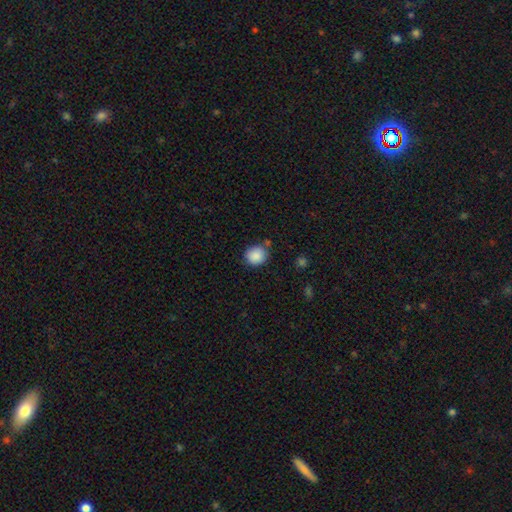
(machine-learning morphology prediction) The model was most divided on "merging": none: 77%, minor disturbance: 14%, merger: 5%, major disturbance: 4%. More confident: smooth or featured — smooth (88%); how rounded — round (83%).